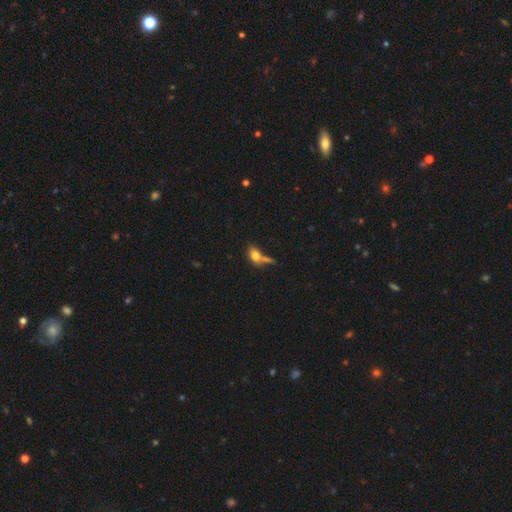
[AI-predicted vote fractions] Q: Smooth or featured?
A: smooth (72%); runner-up: featured or disk (18%)
Q: How rounded?
A: in between (73%); runner-up: round (17%)
Q: Merging?
A: merger (40%); runner-up: none (35%)